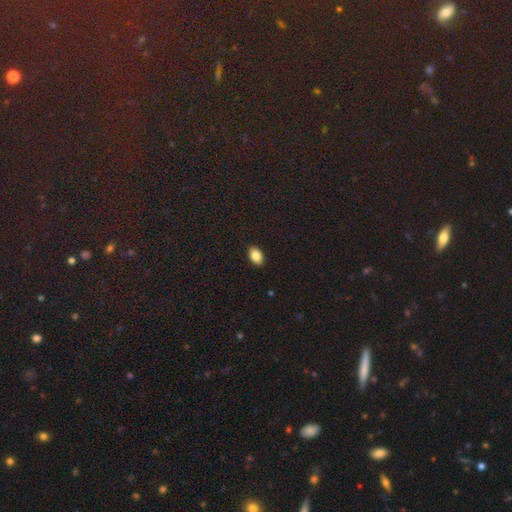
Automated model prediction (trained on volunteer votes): Morphology: type=smooth (85%); roundness=in between (89%); merging=none (90%).